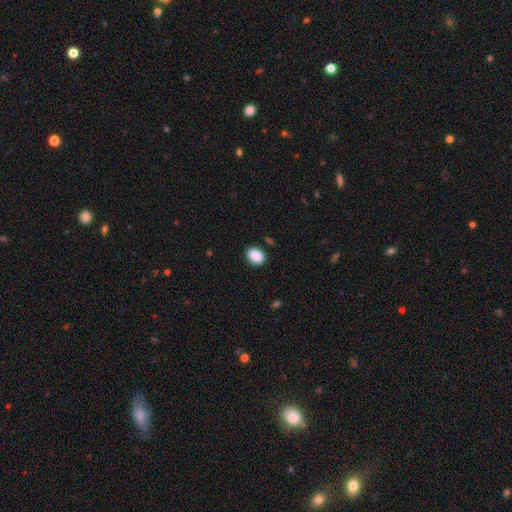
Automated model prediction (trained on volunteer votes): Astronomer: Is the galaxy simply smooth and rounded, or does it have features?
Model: smooth — 90%.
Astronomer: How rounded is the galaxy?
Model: in between — 67%.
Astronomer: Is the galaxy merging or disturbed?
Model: none — 87%.